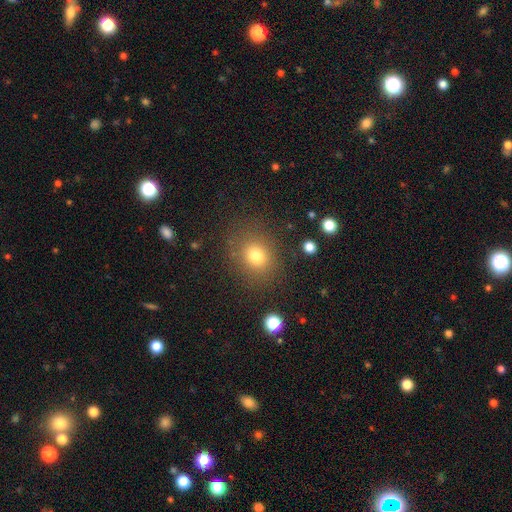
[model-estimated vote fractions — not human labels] Smooth or featured?
  - smooth: 76% *
  - star or artifact: 14%
  - featured or disk: 9%
How rounded?
  - round: 69% *
  - in between: 30%
  - cigar-shaped: 1%
Merging?
  - none: 83% *
  - minor disturbance: 10%
  - major disturbance: 5%
  - merger: 2%